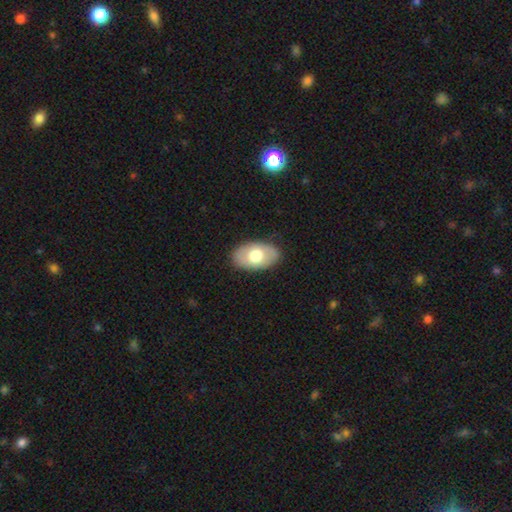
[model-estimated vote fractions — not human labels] The model was most divided on "smooth or featured": smooth: 65%, featured or disk: 29%, star or artifact: 6%. More confident: how rounded — in between (92%); merging — none (85%).